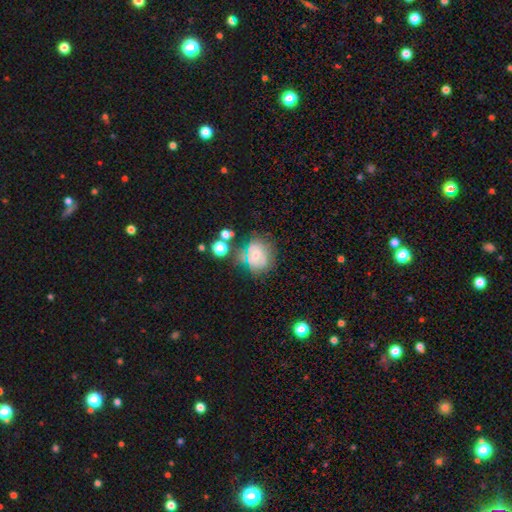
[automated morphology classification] This is marginally a smooth galaxy (43%). Merging: possibly none (53%).